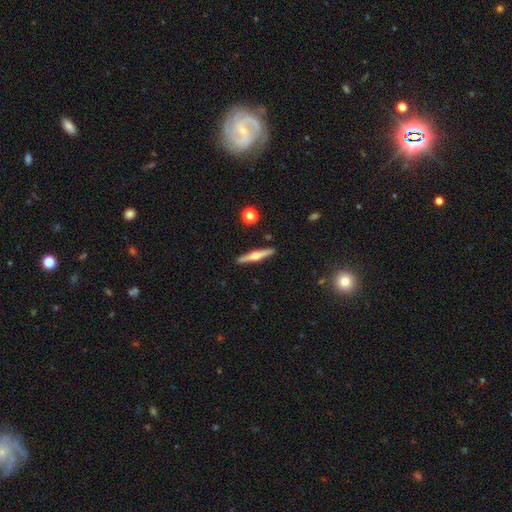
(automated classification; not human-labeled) A featured or disk galaxy (62%) viewed edge-on (97%) with a rounded central bulge (90%). Merging: none (90%).